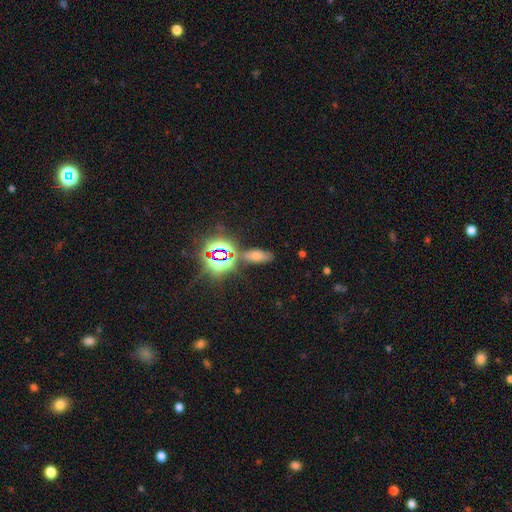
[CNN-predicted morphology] Smooth or featured? smooth (58%)
How rounded? in between (70%)
Merging? none (74%)